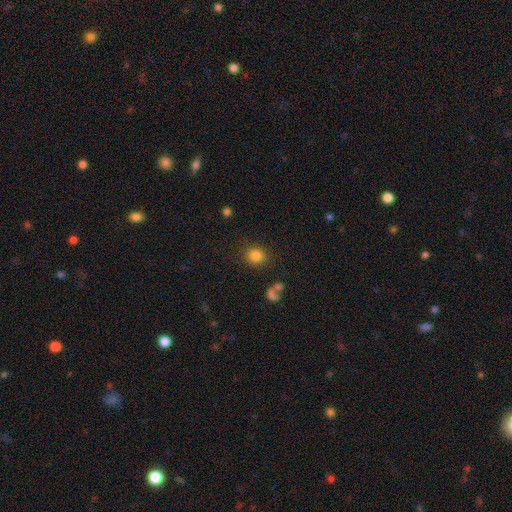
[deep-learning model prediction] Overall: smooth (83%). How rounded: round (82%). Merging: none (83%).